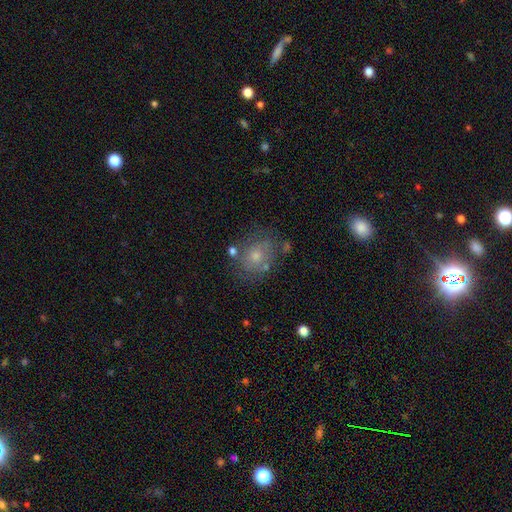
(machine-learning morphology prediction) The model was most divided on "smooth or featured": smooth: 43%, featured or disk: 39%, star or artifact: 18%. More confident: merging — none (70%).